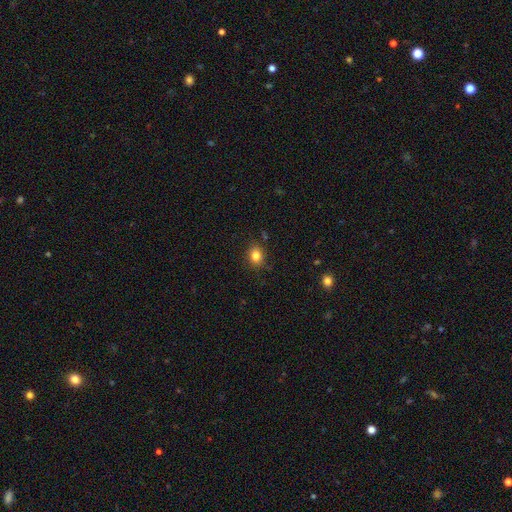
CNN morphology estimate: Smooth or featured: smooth — 83% (star or artifact — 11%)
How rounded: round — 51% (in between — 48%)
Merging: none — 84% (minor disturbance — 11%)